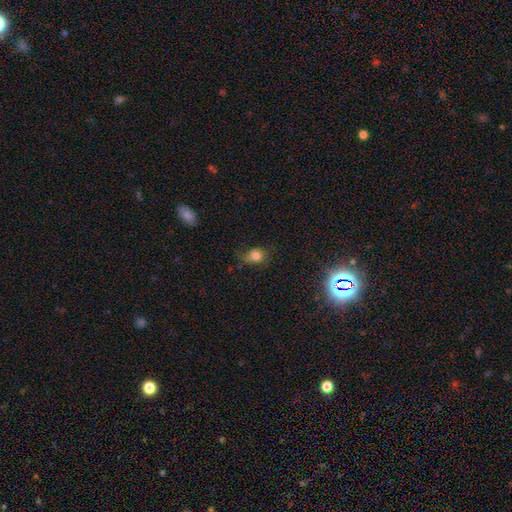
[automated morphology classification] smooth-or-featured: smooth: 77% | star or artifact: 13% | featured or disk: 10%
  how-rounded: round: 61% | in between: 37% | cigar-shaped: 1%
  merging: none: 55% | minor disturbance: 29% | major disturbance: 14% | merger: 2%